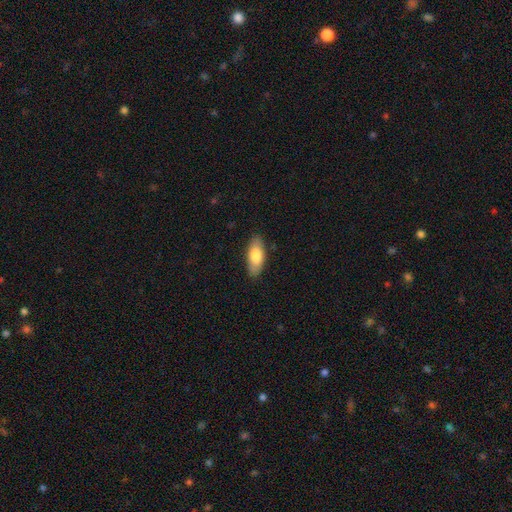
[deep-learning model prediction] This is likely a smooth galaxy (78%). How rounded: clearly in between (82%). Merging: clearly none (85%).